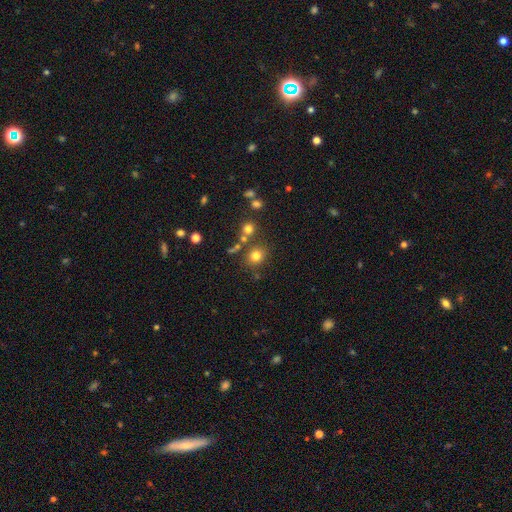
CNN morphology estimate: type=smooth (76%); roundness=round (78%); merging=none (72%).